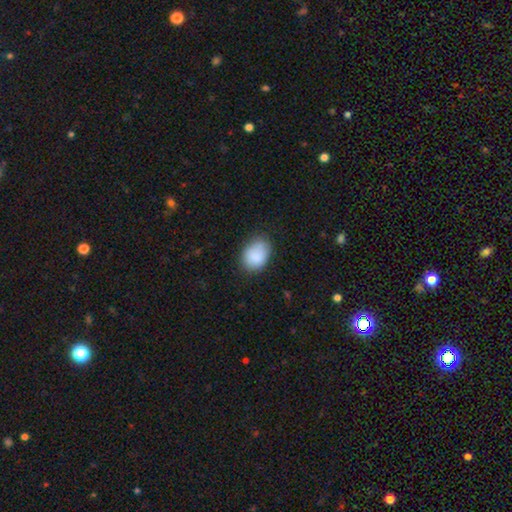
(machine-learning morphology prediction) Smooth or featured? smooth (86%)
How rounded? in between (73%)
Merging? none (70%)